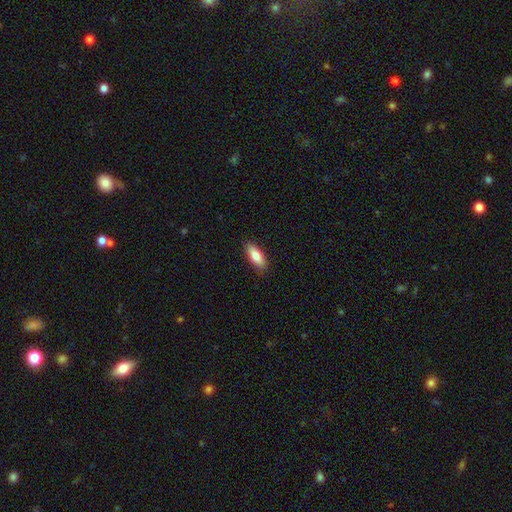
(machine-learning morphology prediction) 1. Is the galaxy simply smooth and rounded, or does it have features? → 82% smooth, 12% featured or disk, 6% star or artifact.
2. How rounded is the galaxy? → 73% in between, 25% cigar-shaped, 2% round.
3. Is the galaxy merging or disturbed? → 87% none, 10% minor disturbance, 2% major disturbance, 1% merger.